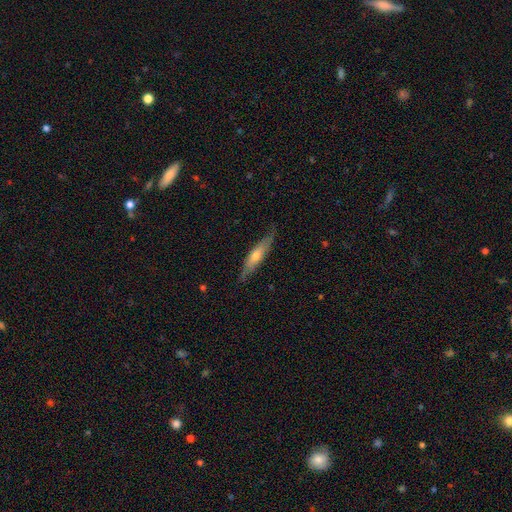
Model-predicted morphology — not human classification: Smooth or featured: featured or disk — 49% (smooth — 46%)
Merging: none — 79% (minor disturbance — 17%)